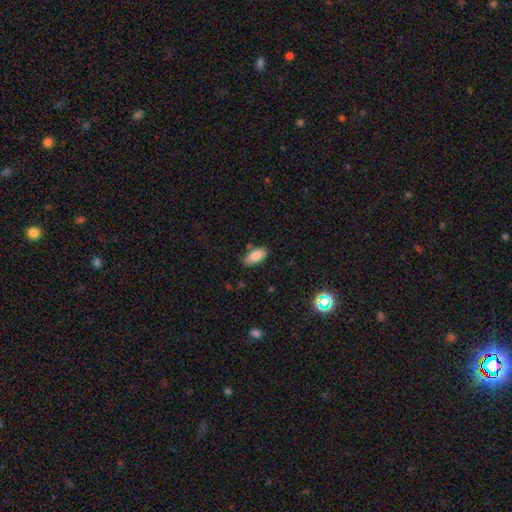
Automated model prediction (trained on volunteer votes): Smooth or featured? Predicted: smooth (p=0.85). How rounded? Predicted: in between (p=0.93). Merging? Predicted: none (p=0.79).